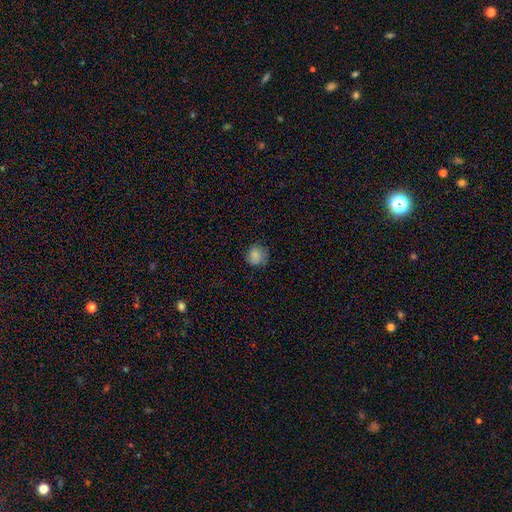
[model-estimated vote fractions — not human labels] Smooth or featured? Predicted: smooth (p=0.82). How rounded? Predicted: round (p=0.85). Merging? Predicted: none (p=0.76).